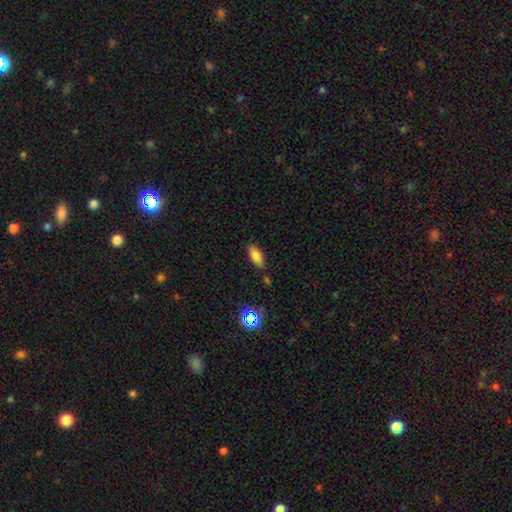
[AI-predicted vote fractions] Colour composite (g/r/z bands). It shows a smooth galaxy with no disk features (79%) that is in between round and cigar-shaped (85%). Merging: none (83%).